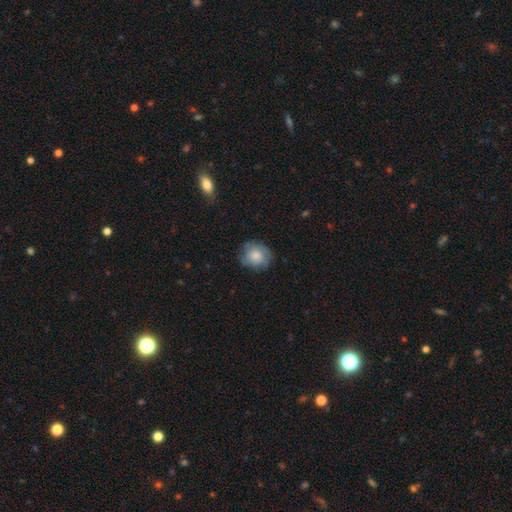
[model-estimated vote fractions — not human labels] Smooth or featured?
  - smooth: 77% *
  - featured or disk: 16%
  - star or artifact: 7%
How rounded?
  - round: 70% *
  - in between: 29%
  - cigar-shaped: 1%
Merging?
  - none: 73% *
  - minor disturbance: 21%
  - major disturbance: 5%
  - merger: 1%